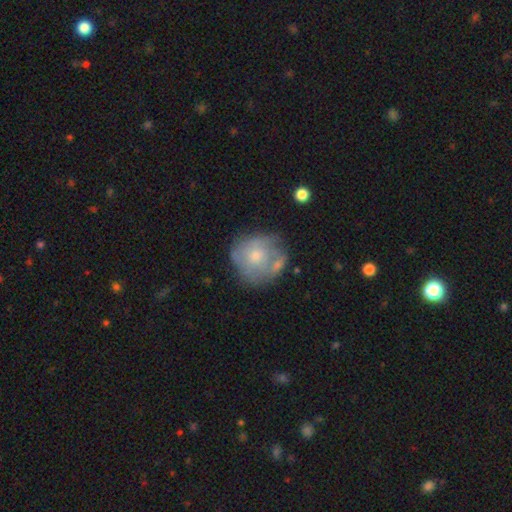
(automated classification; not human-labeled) Smooth or featured: featured or disk — 50% (smooth — 42%)
Merging: none — 57% (minor disturbance — 22%)